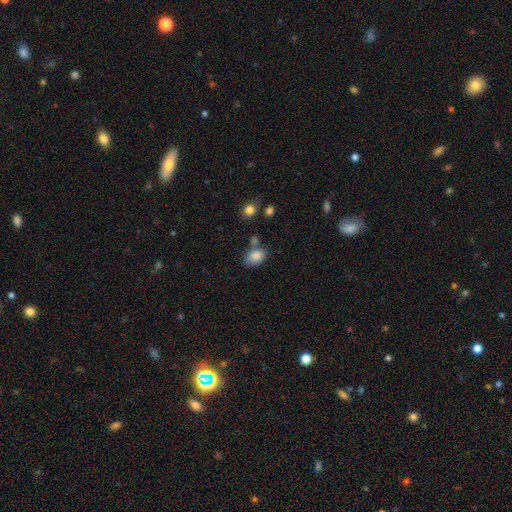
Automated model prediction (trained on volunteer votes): The model was most divided on "merging": none: 57%, minor disturbance: 21%, merger: 16%, major disturbance: 6%. More confident: smooth or featured — smooth (85%); how rounded — in between (84%).